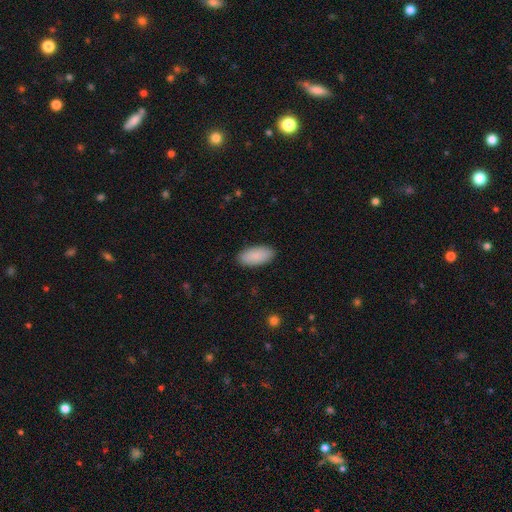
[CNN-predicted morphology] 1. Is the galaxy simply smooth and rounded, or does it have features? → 90% smooth, 6% star or artifact, 4% featured or disk.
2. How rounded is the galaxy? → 92% in between, 6% cigar-shaped, 2% round.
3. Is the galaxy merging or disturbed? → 89% none, 8% minor disturbance, 2% major disturbance, 1% merger.